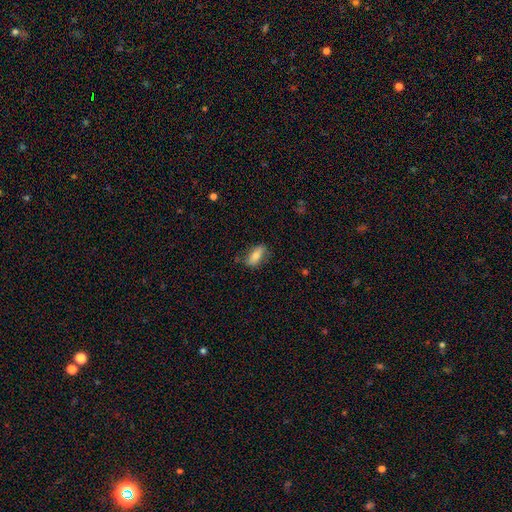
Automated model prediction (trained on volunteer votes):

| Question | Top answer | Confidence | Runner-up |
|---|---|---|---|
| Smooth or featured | smooth | 71% | featured or disk (22%) |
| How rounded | in between | 82% | cigar-shaped (14%) |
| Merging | none | 74% | minor disturbance (20%) |